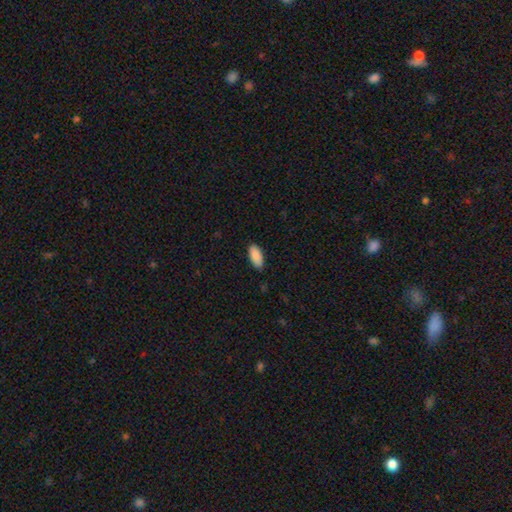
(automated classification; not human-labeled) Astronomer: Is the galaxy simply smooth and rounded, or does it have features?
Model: smooth — 89%.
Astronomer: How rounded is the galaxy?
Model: in between — 90%.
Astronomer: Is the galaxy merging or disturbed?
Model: none — 85%.